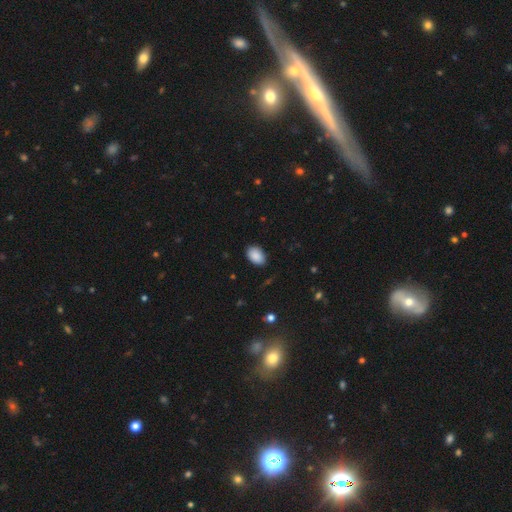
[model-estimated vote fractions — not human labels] Smooth or featured? Predicted: smooth (p=0.90). How rounded? Predicted: in between (p=0.89). Merging? Predicted: none (p=0.87).